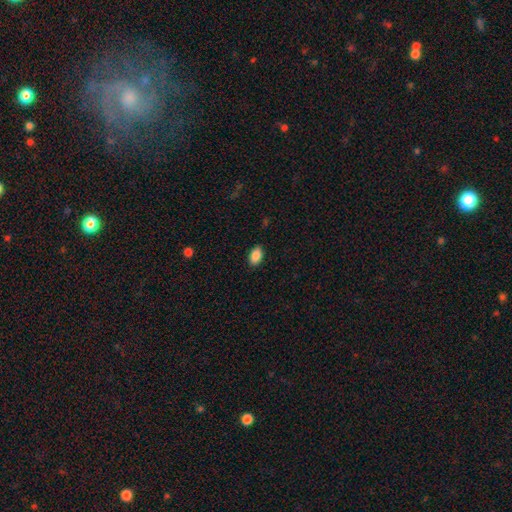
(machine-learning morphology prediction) smooth 89%, star or artifact 7%, featured or disk 4%. Down the decision tree: how rounded — in between (91%); merging — none (87%).